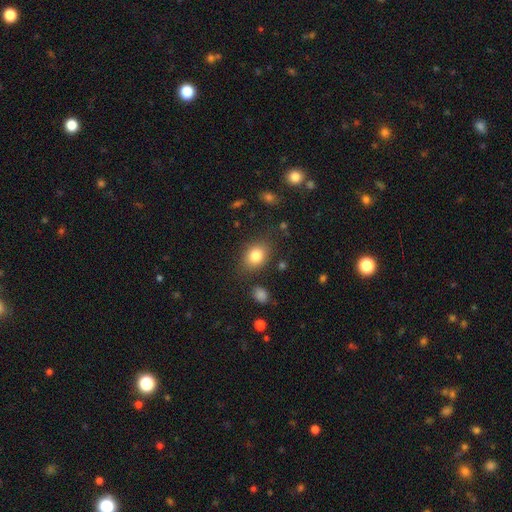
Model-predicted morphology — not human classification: type=smooth (82%); roundness=in between (60%); merging=none (80%).